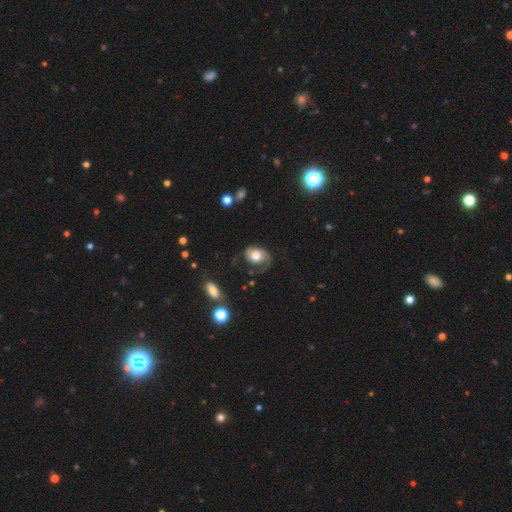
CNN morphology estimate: Q: Smooth or featured?
A: featured or disk (55%); runner-up: smooth (38%)
Q: Edge-on disk?
A: no (97%); runner-up: yes (3%)
Q: Bar?
A: no (77%); runner-up: weak (19%)
Q: Spiral arms?
A: yes (82%); runner-up: no (18%)
Q: Bulge size?
A: moderate (48%); runner-up: large (39%)
Q: Merging?
A: none (44%); runner-up: major disturbance (29%)